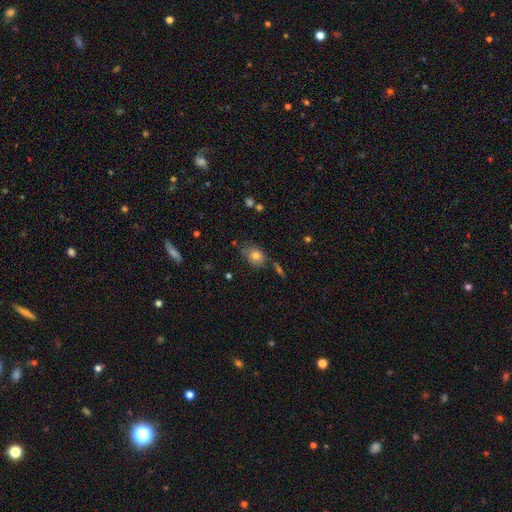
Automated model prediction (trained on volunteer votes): This appears to be a smooth galaxy with no disk features (78%) that is in between round and cigar-shaped (64%). Merging: none (66%).